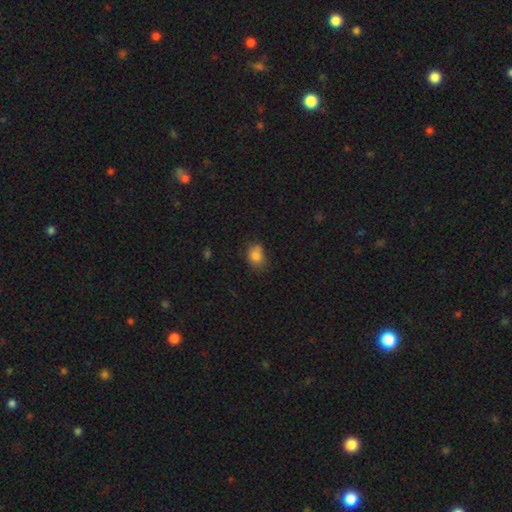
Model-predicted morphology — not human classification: A smooth galaxy with no disk features (80%) that is in between round and cigar-shaped (59%).

Vote fractions:
- Smooth or featured? smooth: 80% / star or artifact: 11% / featured or disk: 9%
- How rounded? in between: 59% / round: 40% / cigar-shaped: 1%
- Merging? none: 56% / minor disturbance: 29% / major disturbance: 8% / merger: 7%